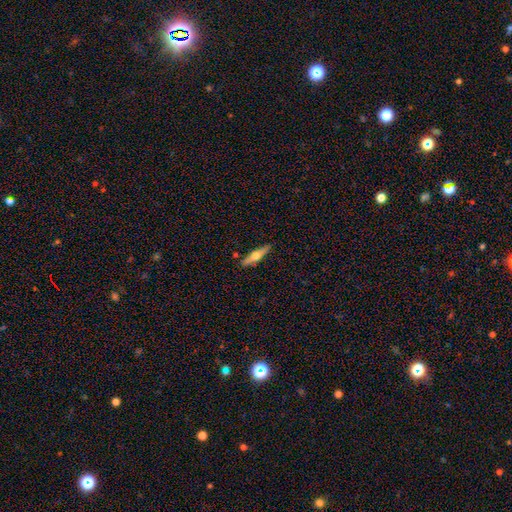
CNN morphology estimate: This is possibly a featured or disk galaxy (48%). Merging: clearly none (87%).